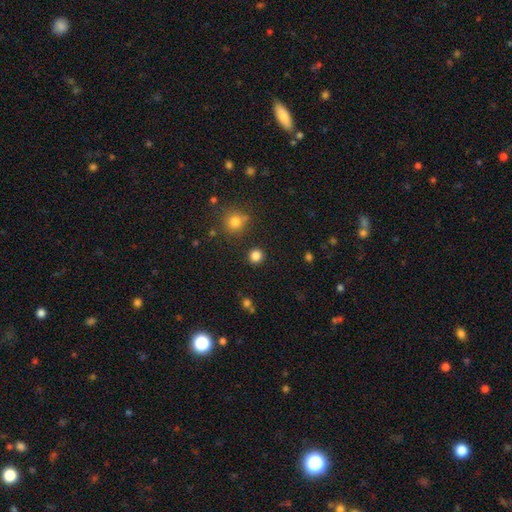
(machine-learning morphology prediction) This appears to be a smooth galaxy with no disk features (84%) that is round (92%). Merging: none (90%).